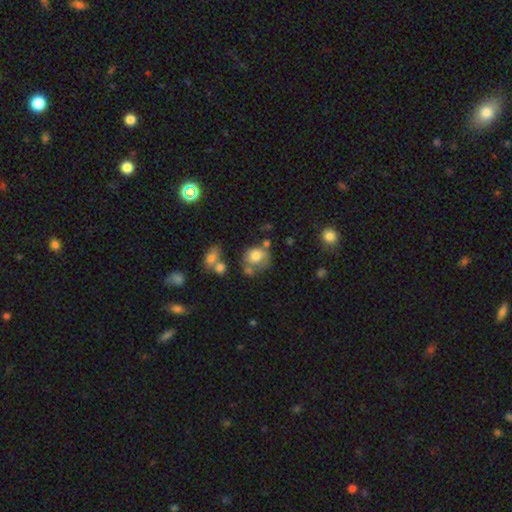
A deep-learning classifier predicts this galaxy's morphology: Smooth or featured?
  - smooth: 70% *
  - featured or disk: 20%
  - star or artifact: 10%
How rounded?
  - round: 68% *
  - in between: 31%
  - cigar-shaped: 1%
Merging?
  - none: 43% *
  - minor disturbance: 23%
  - merger: 20%
  - major disturbance: 13%